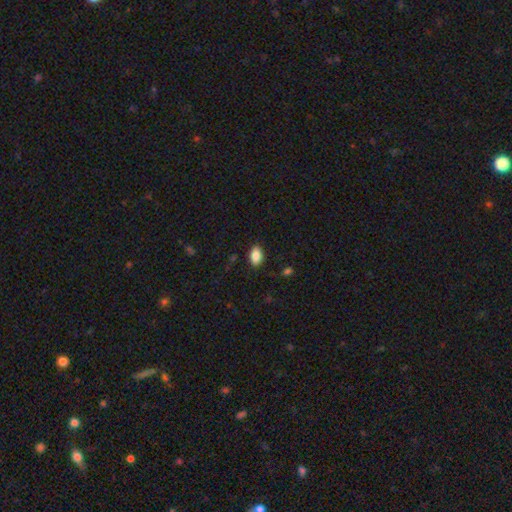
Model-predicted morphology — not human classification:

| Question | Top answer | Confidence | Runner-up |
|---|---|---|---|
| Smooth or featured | smooth | 87% | star or artifact (8%) |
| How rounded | in between | 90% | round (8%) |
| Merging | none | 88% | minor disturbance (9%) |